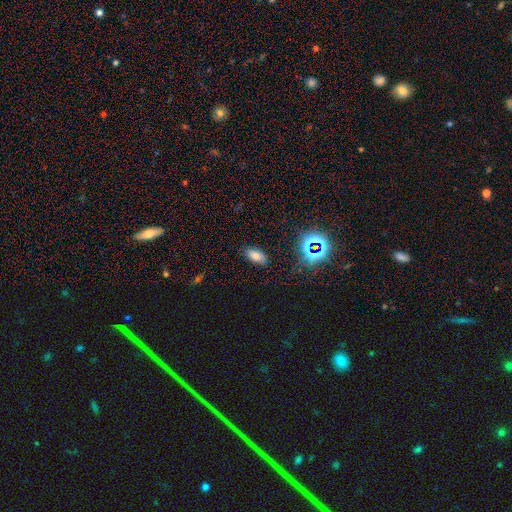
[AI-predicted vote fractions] smooth_or_featured: smooth (p=0.70) [alt: star or artifact p=0.21]
how_rounded: in between (p=0.91) [alt: round p=0.05]
merging: none (p=0.83) [alt: minor disturbance p=0.12]